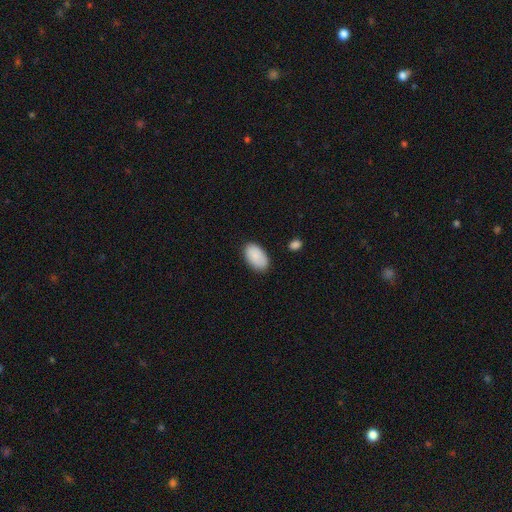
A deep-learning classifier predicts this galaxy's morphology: Q: Smooth or featured?
A: smooth (88%); runner-up: star or artifact (6%)
Q: How rounded?
A: in between (94%); runner-up: round (4%)
Q: Merging?
A: none (83%); runner-up: minor disturbance (13%)